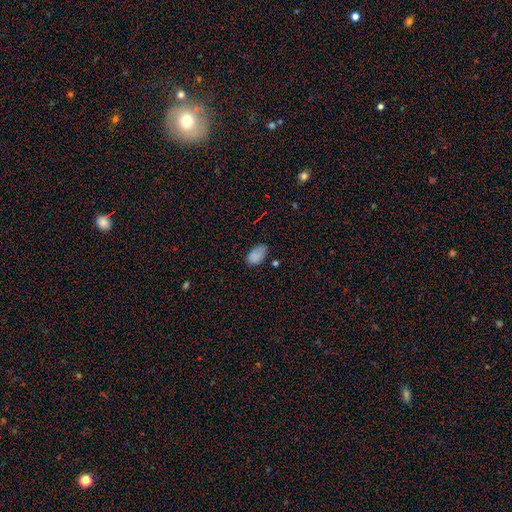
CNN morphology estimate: type=smooth (82%); roundness=in between (93%); merging=none (66%).